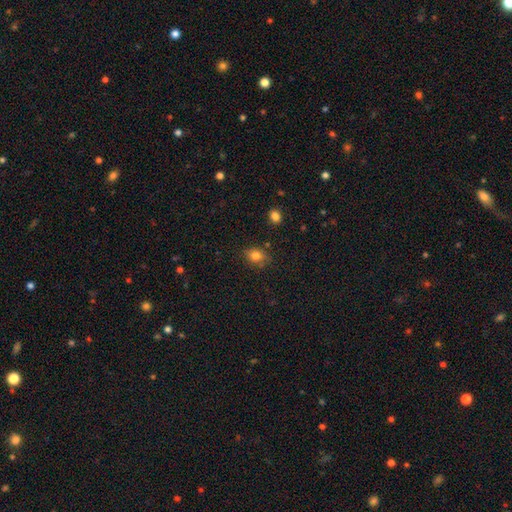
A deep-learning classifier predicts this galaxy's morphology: type=smooth (80%); roundness=in between (52%); merging=none (78%).